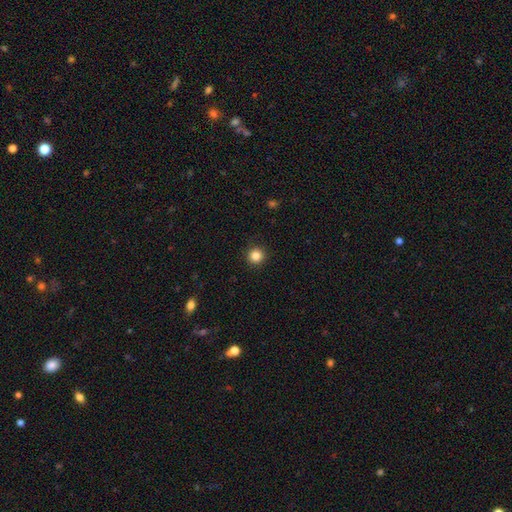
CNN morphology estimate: Smooth or featured?
  - smooth: 85% *
  - star or artifact: 11%
  - featured or disk: 4%
How rounded?
  - round: 96% *
  - in between: 4%
  - cigar-shaped: 1%
Merging?
  - none: 93% *
  - minor disturbance: 5%
  - major disturbance: 2%
  - merger: 1%